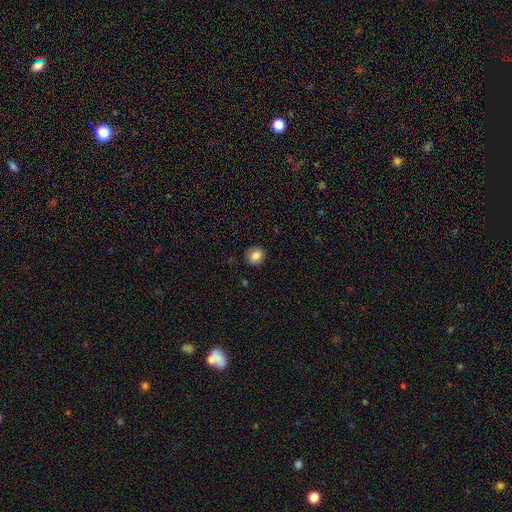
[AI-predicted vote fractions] Smooth or featured: smooth — 84% (star or artifact — 10%)
How rounded: round — 82% (in between — 17%)
Merging: none — 88% (minor disturbance — 9%)